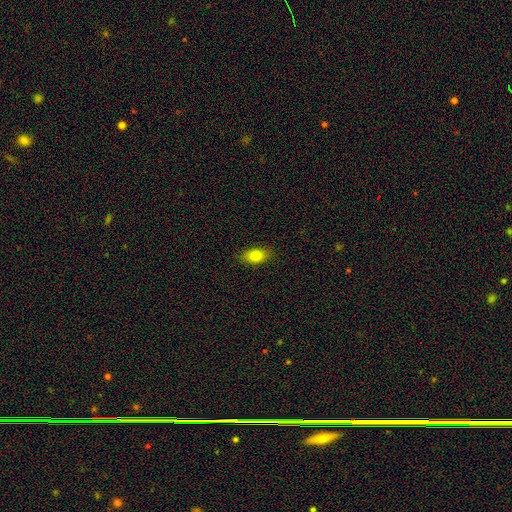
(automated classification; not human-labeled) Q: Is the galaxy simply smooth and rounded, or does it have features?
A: smooth — 78%.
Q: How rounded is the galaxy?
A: in between — 84%.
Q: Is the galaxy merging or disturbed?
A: none — 87%.